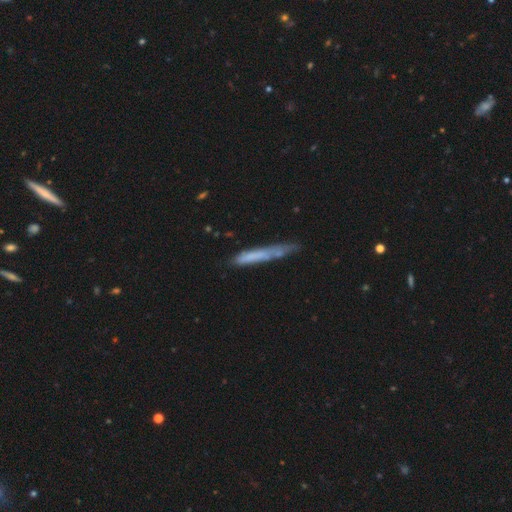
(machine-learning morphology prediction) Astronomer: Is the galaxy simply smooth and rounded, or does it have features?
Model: smooth — 60%.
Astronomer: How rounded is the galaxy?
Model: cigar-shaped — 95%.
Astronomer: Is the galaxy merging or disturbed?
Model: none — 65%.